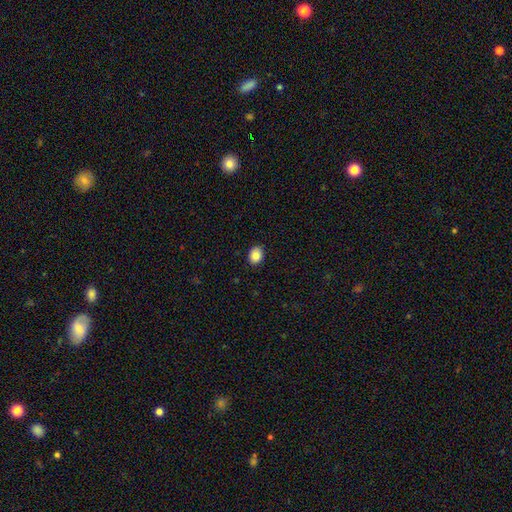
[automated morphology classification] Smooth or featured? smooth (85%)
How rounded? in between (55%)
Merging? none (89%)